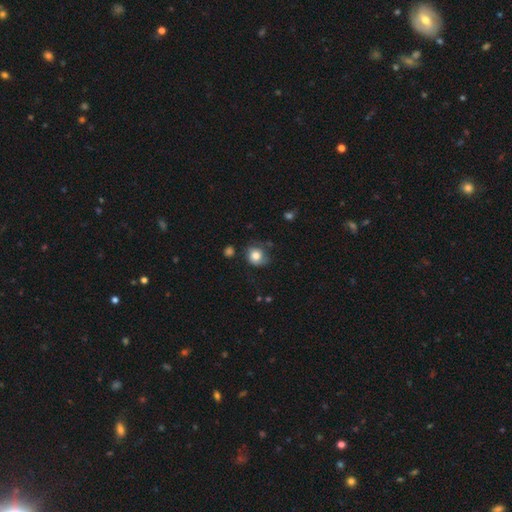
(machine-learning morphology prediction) Q: Smooth or featured?
A: smooth (75%); runner-up: featured or disk (16%)
Q: How rounded?
A: round (70%); runner-up: in between (29%)
Q: Merging?
A: none (57%); runner-up: minor disturbance (29%)